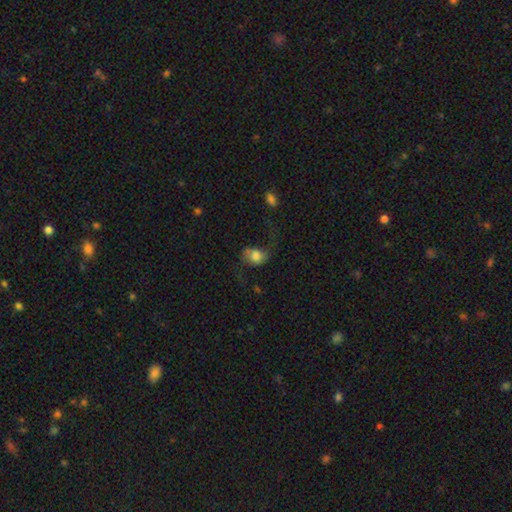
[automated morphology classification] smooth_or_featured: smooth (p=0.48) [alt: featured or disk p=0.42]
merging: none (p=0.42) [alt: major disturbance p=0.31]